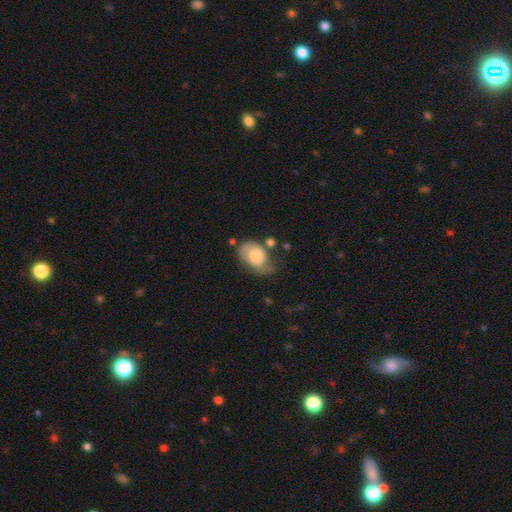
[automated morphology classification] A smooth galaxy with no disk features (47%).

Vote fractions:
- Smooth or featured? smooth: 47% / featured or disk: 45% / star or artifact: 8%
- Merging? none: 38% / minor disturbance: 32% / major disturbance: 22% / merger: 8%